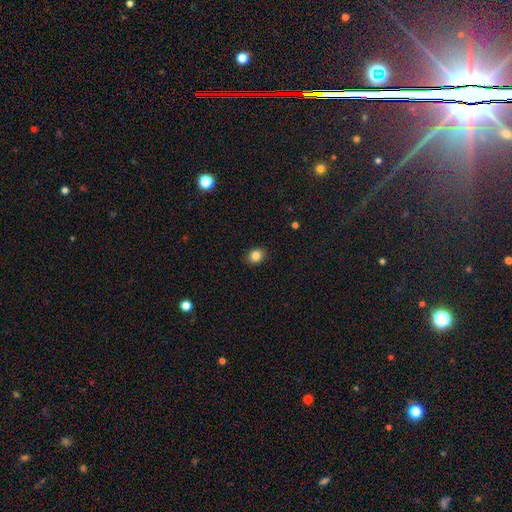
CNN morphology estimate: A smooth galaxy with no disk features (84%) that is round (67%). Merging: none (88%).